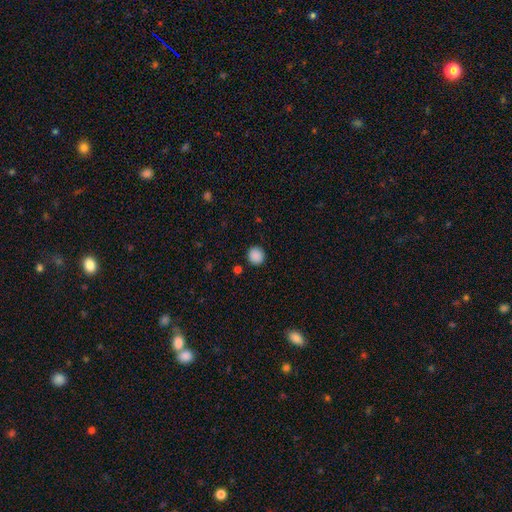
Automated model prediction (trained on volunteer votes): smooth-or-featured: smooth: 88% | star or artifact: 9% | featured or disk: 3%
  how-rounded: round: 90% | in between: 9% | cigar-shaped: 1%
  merging: none: 90% | minor disturbance: 7% | major disturbance: 2% | merger: 2%